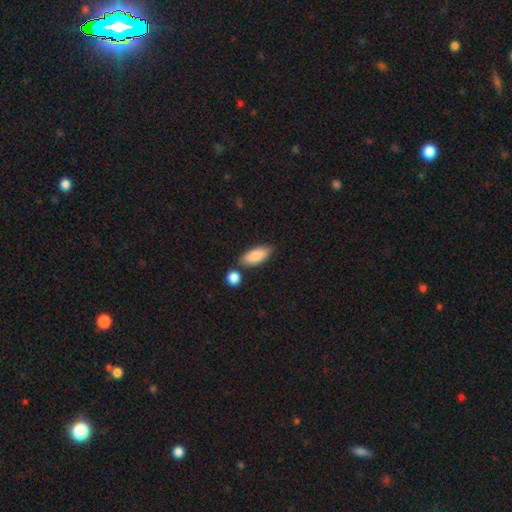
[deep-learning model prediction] smooth-or-featured: smooth: 87% | featured or disk: 7% | star or artifact: 6%
  how-rounded: in between: 84% | cigar-shaped: 14% | round: 2%
  merging: none: 71% | minor disturbance: 14% | merger: 11% | major disturbance: 3%